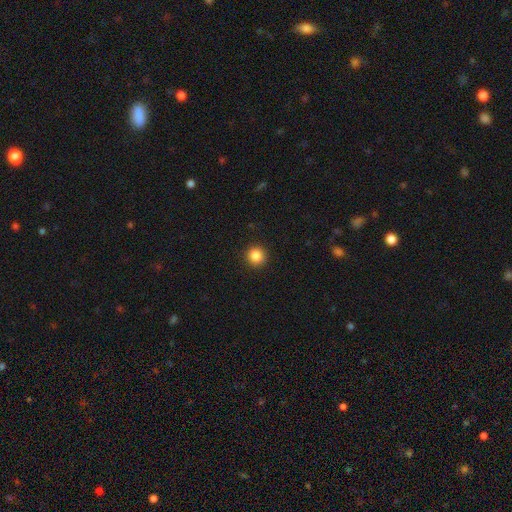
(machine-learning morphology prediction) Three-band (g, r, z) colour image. It shows a smooth galaxy with no disk features (86%) that is round (95%). Merging: none (93%).